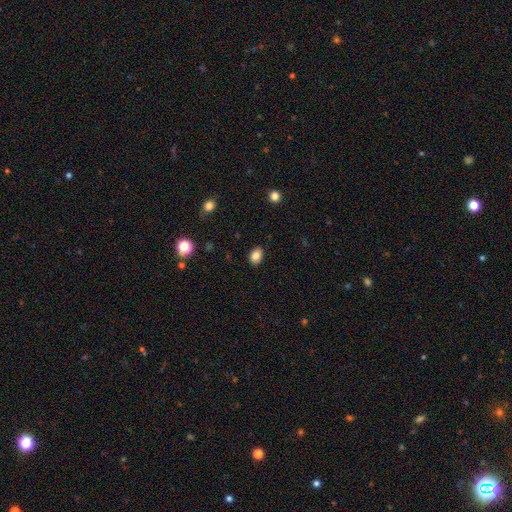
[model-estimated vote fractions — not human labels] This is clearly a smooth galaxy (85%). How rounded: likely in between (74%). Merging: clearly none (87%).